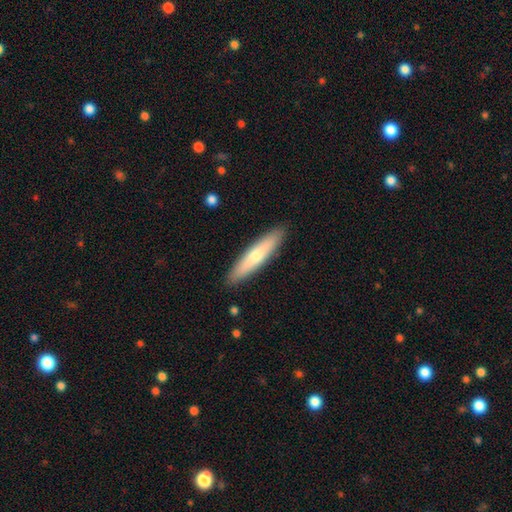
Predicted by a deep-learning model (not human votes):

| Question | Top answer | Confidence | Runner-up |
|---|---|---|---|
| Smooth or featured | smooth | 62% | featured or disk (32%) |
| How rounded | cigar-shaped | 83% | in between (15%) |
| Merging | none | 90% | minor disturbance (7%) |